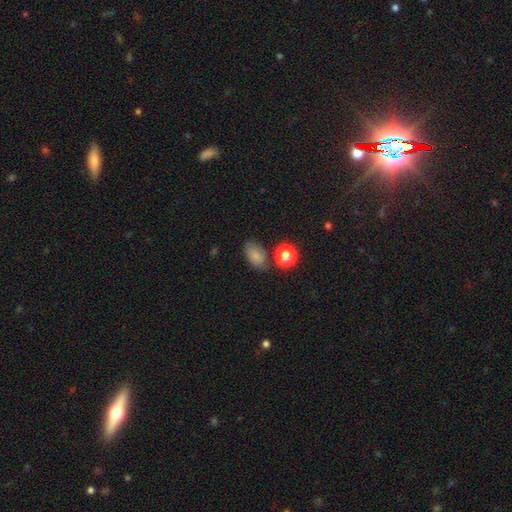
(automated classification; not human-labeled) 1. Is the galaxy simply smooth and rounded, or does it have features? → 78% smooth, 12% star or artifact, 9% featured or disk.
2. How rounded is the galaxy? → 83% in between, 15% round, 1% cigar-shaped.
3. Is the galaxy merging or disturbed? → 69% none, 19% minor disturbance, 6% merger, 5% major disturbance.